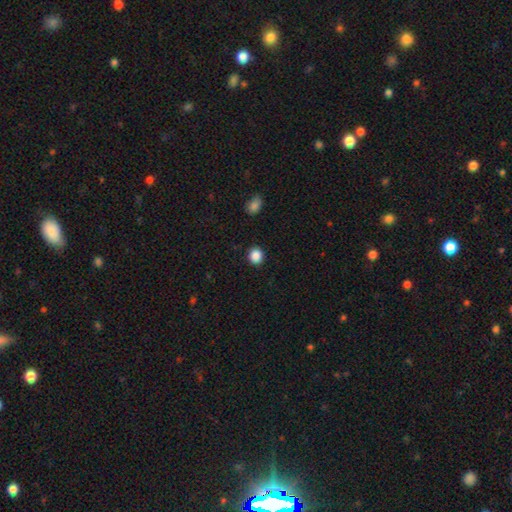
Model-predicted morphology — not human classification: Overall: smooth (88%). How rounded: round (79%). Merging: none (90%).